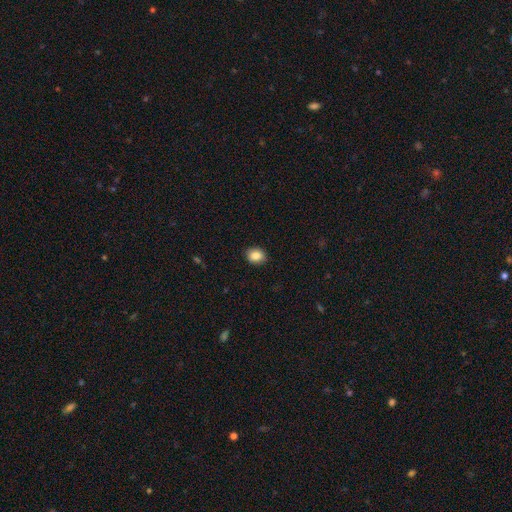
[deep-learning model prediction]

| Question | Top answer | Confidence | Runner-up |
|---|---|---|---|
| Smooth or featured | smooth | 87% | star or artifact (9%) |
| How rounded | round | 51% | in between (48%) |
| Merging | none | 90% | minor disturbance (7%) |